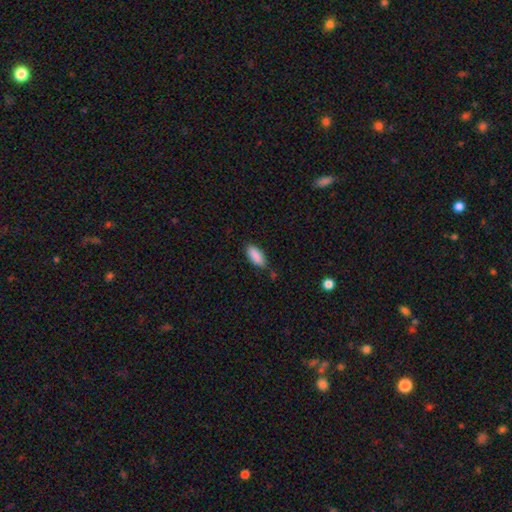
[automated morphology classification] A smooth galaxy with no disk features (89%) that is in between round and cigar-shaped (83%).

Vote fractions:
- Smooth or featured? smooth: 89% / star or artifact: 7% / featured or disk: 4%
- How rounded? in between: 83% / cigar-shaped: 15% / round: 2%
- Merging? none: 72% / minor disturbance: 20% / merger: 4% / major disturbance: 4%